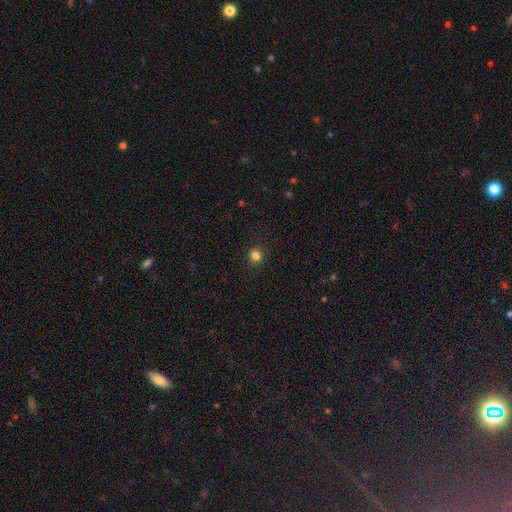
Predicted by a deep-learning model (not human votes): The model was most divided on "smooth or featured": smooth: 82%, star or artifact: 14%, featured or disk: 4%. More confident: merging — none (91%); how rounded — round (91%).